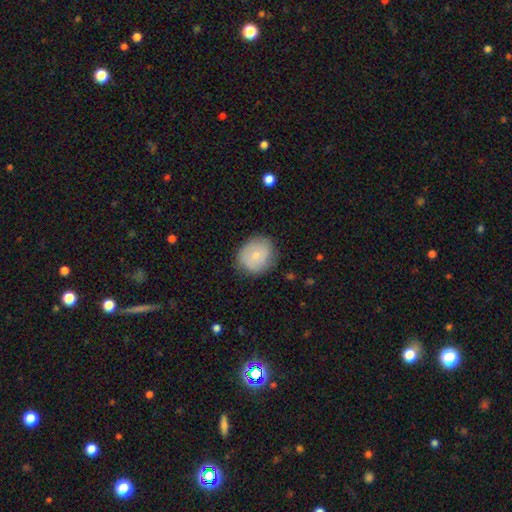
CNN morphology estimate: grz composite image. It shows a smooth galaxy with no disk features (70%) that is round (71%). Merging: none (76%).